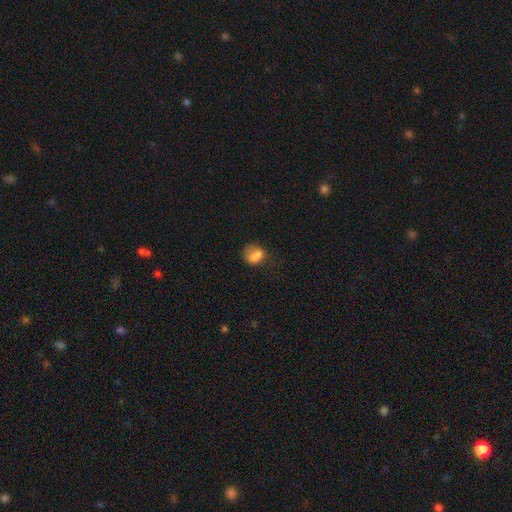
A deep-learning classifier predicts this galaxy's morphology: This is likely a smooth galaxy (78%). How rounded: possibly in between (57%). Merging: possibly none (48%).